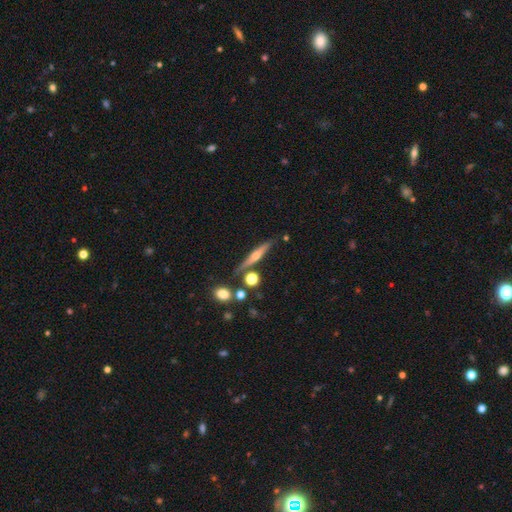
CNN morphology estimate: This appears to be a featured or disk galaxy (68%) viewed edge-on (96%) with a rounded central bulge (88%). Merging: none (79%).